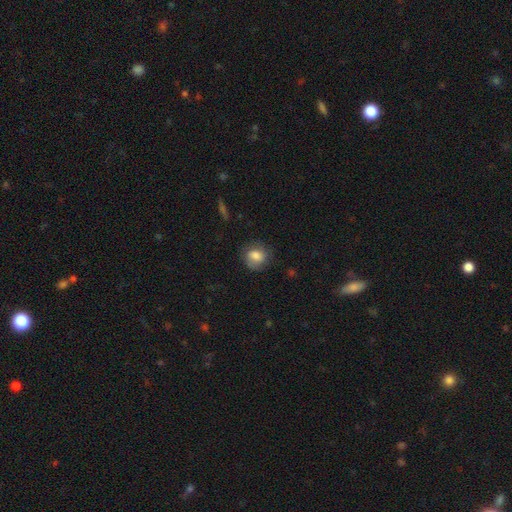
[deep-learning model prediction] smooth_or_featured: smooth (p=0.77) [alt: featured or disk p=0.14]
how_rounded: round (p=0.70) [alt: in between p=0.29]
merging: none (p=0.71) [alt: minor disturbance p=0.20]